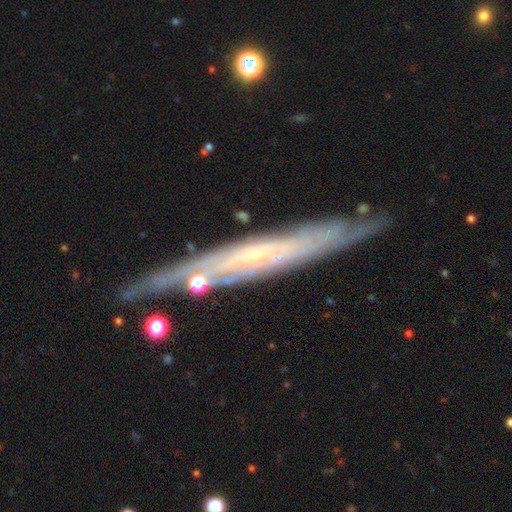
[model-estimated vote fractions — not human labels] Smooth or featured: featured or disk — 76% (smooth — 16%)
Edge-on disk: yes — 73% (no — 27%)
Edge-on bulge: none — 71% (rounded — 26%)
Merging: none — 81% (minor disturbance — 13%)